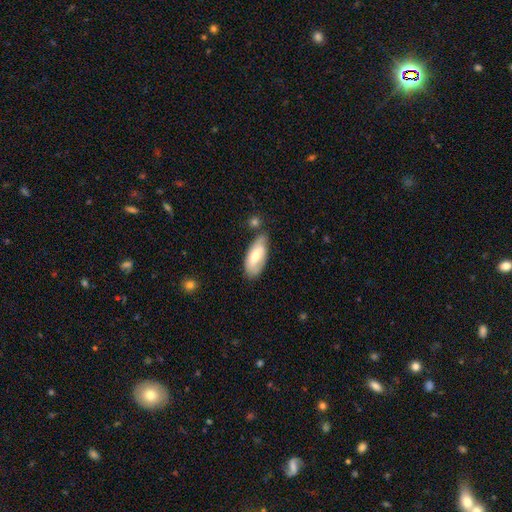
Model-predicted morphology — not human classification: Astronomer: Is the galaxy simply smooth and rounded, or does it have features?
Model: smooth — 60%.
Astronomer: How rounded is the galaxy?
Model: in between — 87%.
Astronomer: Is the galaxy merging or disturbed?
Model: none — 58%.